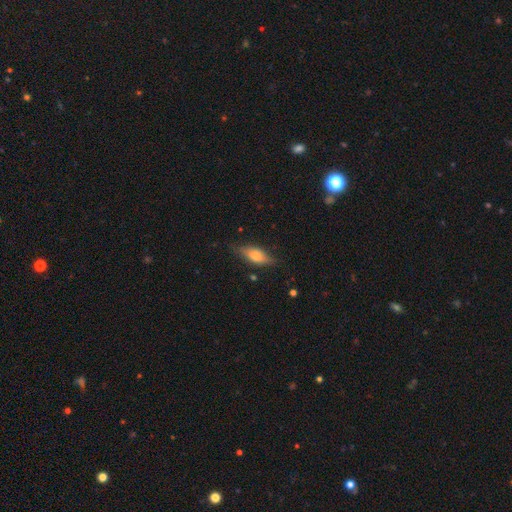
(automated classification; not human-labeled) Smooth or featured?
  - smooth: 62% *
  - featured or disk: 31%
  - star or artifact: 7%
How rounded?
  - in between: 70% *
  - cigar-shaped: 27%
  - round: 3%
Merging?
  - none: 75% *
  - minor disturbance: 19%
  - major disturbance: 4%
  - merger: 1%